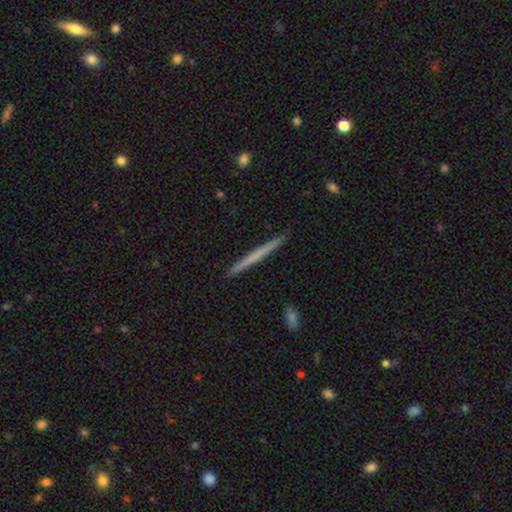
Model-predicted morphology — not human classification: Q: Smooth or featured?
A: smooth (50%); runner-up: featured or disk (45%)
Q: How rounded?
A: cigar-shaped (97%); runner-up: in between (2%)
Q: Merging?
A: none (93%); runner-up: minor disturbance (5%)